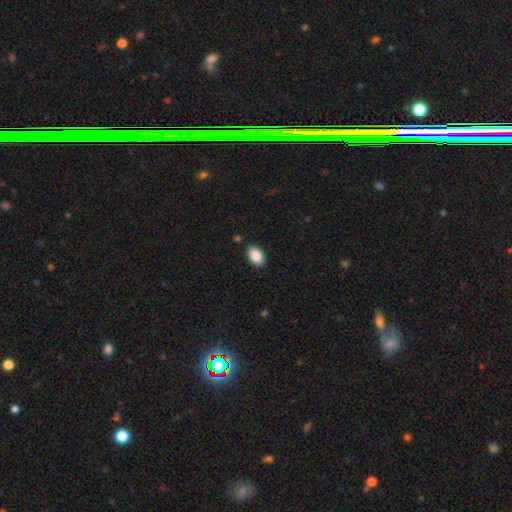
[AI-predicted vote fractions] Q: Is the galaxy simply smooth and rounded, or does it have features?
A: smooth — 88%.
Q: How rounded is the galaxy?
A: in between — 91%.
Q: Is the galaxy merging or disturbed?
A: none — 88%.